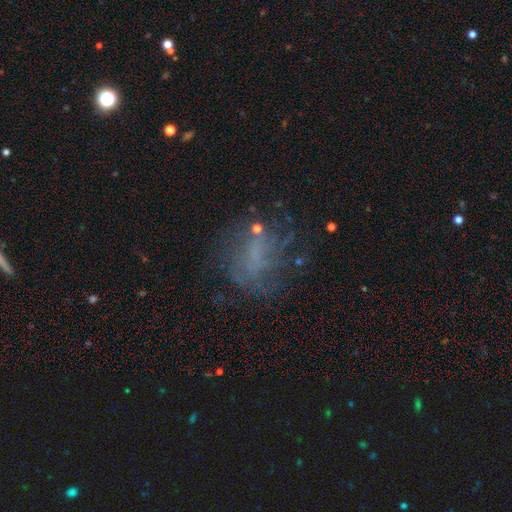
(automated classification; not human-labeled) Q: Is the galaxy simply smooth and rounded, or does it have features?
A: featured or disk — 43%.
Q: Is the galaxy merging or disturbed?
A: none — 56%.